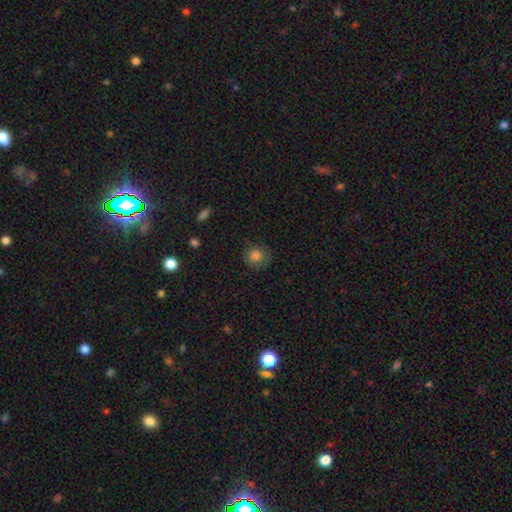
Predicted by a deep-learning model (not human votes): This is likely a smooth galaxy (79%). How rounded: clearly round (87%). Merging: likely none (75%).